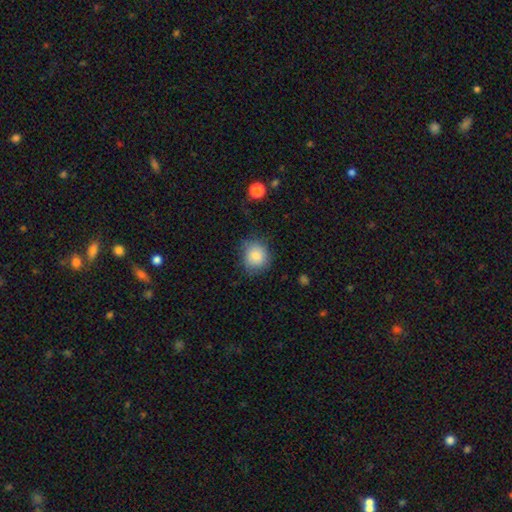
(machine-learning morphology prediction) Smooth or featured? smooth (84%)
How rounded? round (83%)
Merging? none (76%)